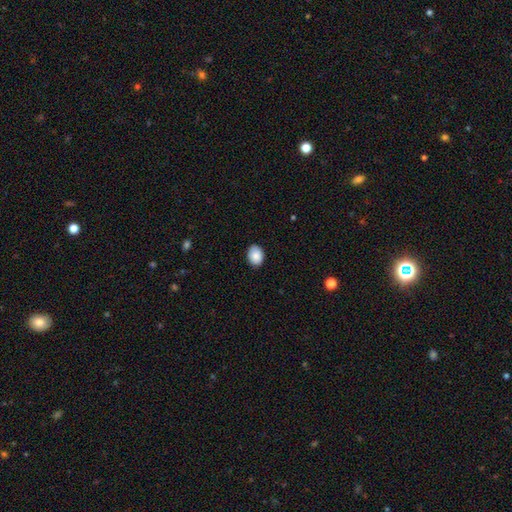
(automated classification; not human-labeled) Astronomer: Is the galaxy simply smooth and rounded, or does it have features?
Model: smooth — 88%.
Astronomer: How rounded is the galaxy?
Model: in between — 70%.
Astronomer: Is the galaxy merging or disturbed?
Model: none — 87%.